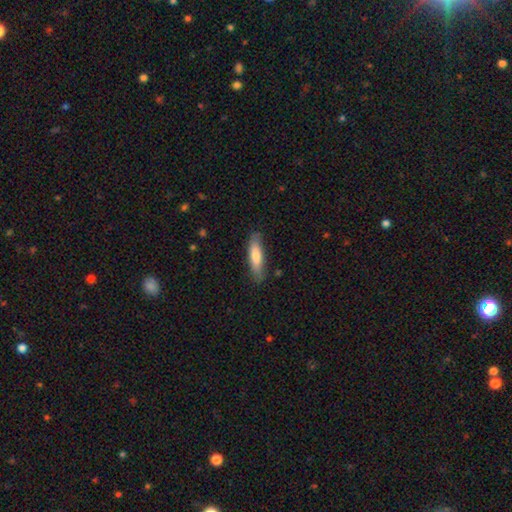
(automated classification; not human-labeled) smooth-or-featured: smooth: 74% | featured or disk: 20% | star or artifact: 6%
  how-rounded: cigar-shaped: 66% | in between: 32% | round: 2%
  merging: none: 83% | minor disturbance: 13% | major disturbance: 3% | merger: 1%